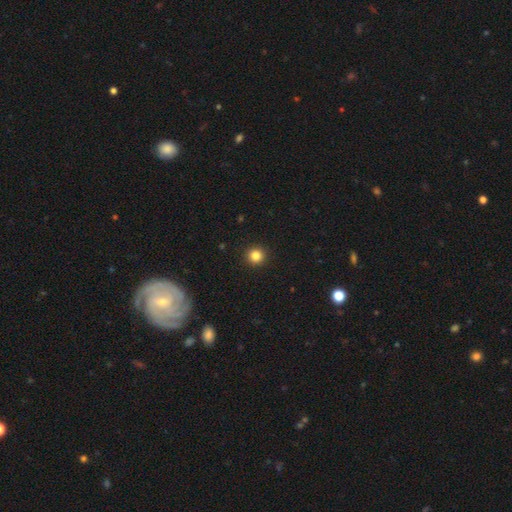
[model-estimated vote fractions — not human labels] Smooth or featured? smooth (84%)
How rounded? round (94%)
Merging? none (93%)